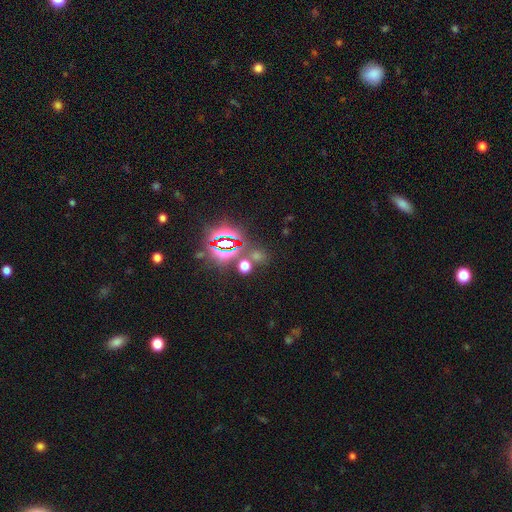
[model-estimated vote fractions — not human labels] Morphology: type=star or artifact (69%).